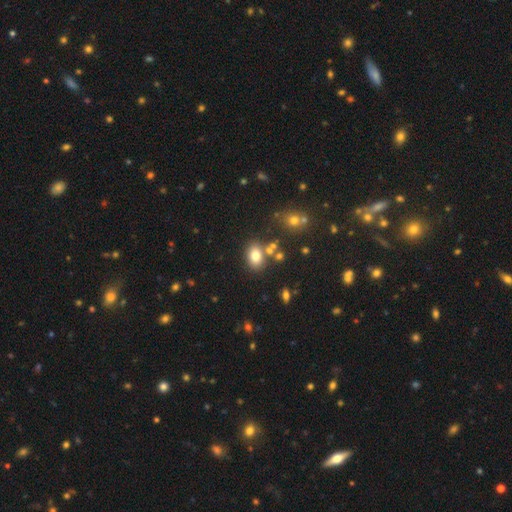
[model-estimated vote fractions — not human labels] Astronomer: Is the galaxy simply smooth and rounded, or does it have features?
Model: smooth — 78%.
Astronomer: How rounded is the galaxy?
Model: in between — 68%.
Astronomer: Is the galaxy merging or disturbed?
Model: none — 72%.